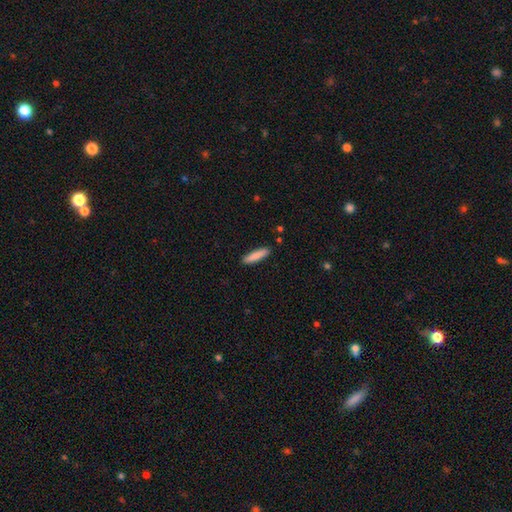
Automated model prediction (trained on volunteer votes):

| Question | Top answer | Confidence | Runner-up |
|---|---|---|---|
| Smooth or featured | smooth | 85% | featured or disk (9%) |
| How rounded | cigar-shaped | 81% | in between (18%) |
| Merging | none | 89% | minor disturbance (8%) |